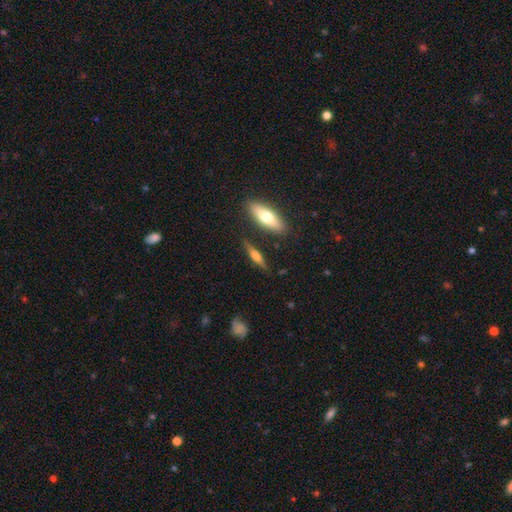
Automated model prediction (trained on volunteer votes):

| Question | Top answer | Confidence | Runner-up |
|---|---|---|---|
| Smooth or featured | featured or disk | 49% | smooth (43%) |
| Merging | none | 78% | minor disturbance (14%) |